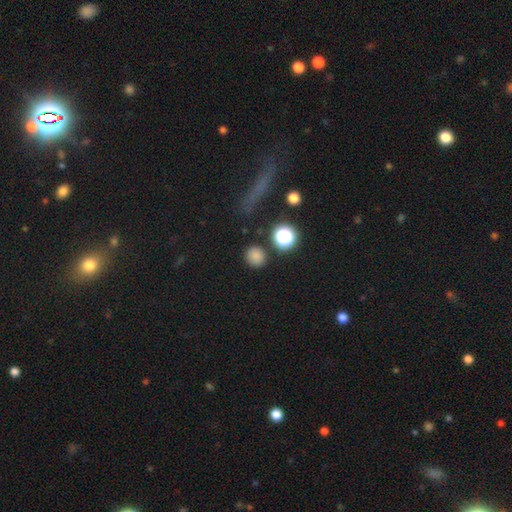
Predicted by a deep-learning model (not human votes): Smooth or featured? Predicted: smooth (p=0.79). How rounded? Predicted: round (p=0.87). Merging? Predicted: none (p=0.85).